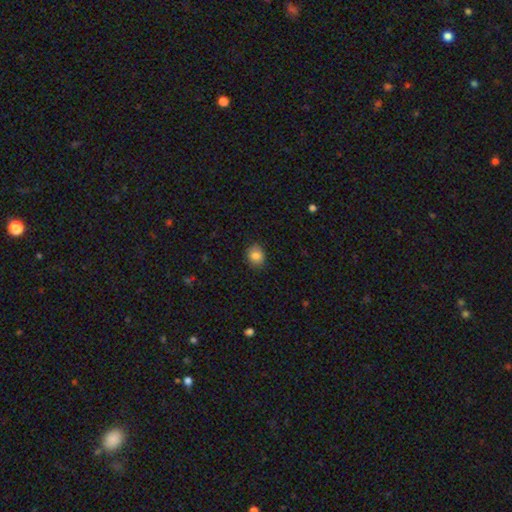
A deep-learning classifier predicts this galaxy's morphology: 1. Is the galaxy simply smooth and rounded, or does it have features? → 83% smooth, 9% star or artifact, 7% featured or disk.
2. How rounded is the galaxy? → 67% round, 32% in between, 1% cigar-shaped.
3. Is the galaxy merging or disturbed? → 85% none, 12% minor disturbance, 2% major disturbance, 1% merger.